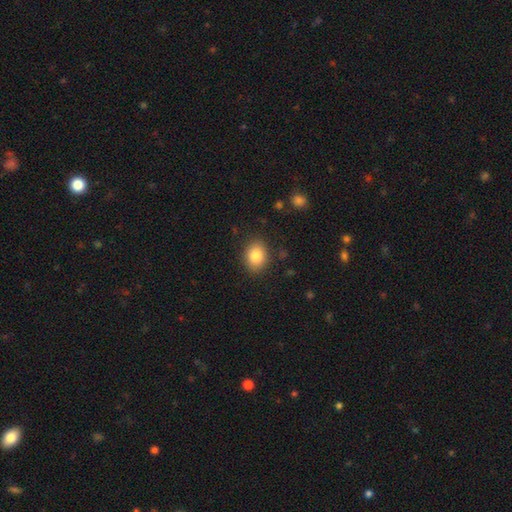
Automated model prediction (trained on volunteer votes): smooth-or-featured: smooth: 83% | star or artifact: 9% | featured or disk: 8%
  how-rounded: in between: 57% | round: 42% | cigar-shaped: 1%
  merging: none: 87% | minor disturbance: 9% | major disturbance: 3% | merger: 1%